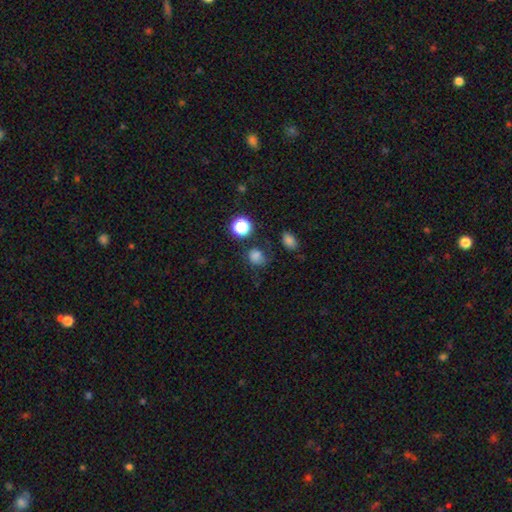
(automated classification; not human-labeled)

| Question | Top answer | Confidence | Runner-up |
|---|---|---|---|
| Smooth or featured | smooth | 69% | star or artifact (20%) |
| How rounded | round | 64% | in between (35%) |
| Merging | none | 56% | minor disturbance (24%) |